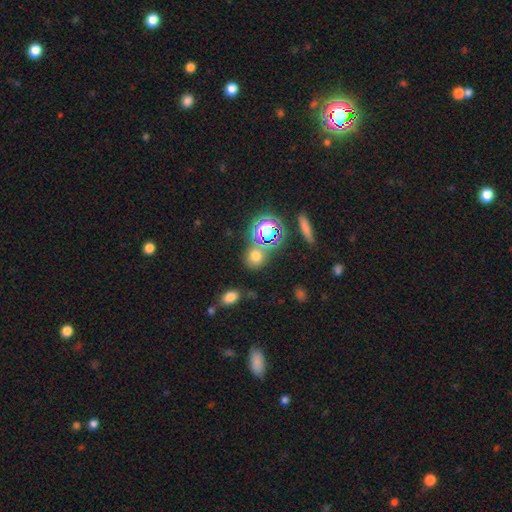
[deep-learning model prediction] Smooth or featured: smooth — 62% (star or artifact — 29%)
How rounded: round — 72% (in between — 26%)
Merging: none — 68% (merger — 16%)